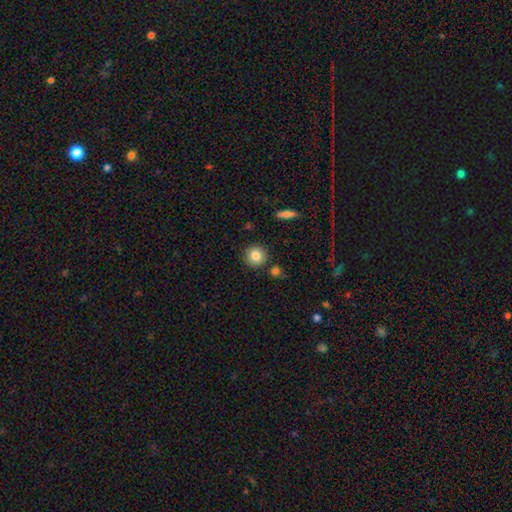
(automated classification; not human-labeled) smooth 85%, star or artifact 9%, featured or disk 7%. Down the decision tree: how rounded — round (92%); merging — none (86%).